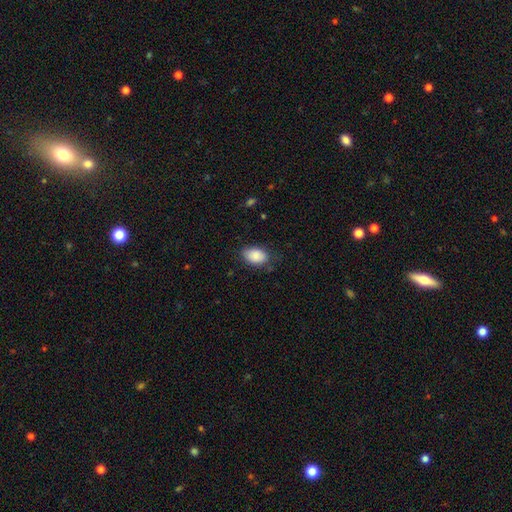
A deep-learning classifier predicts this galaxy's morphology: Smooth or featured? Predicted: smooth (p=0.86). How rounded? Predicted: in between (p=0.89). Merging? Predicted: none (p=0.75).